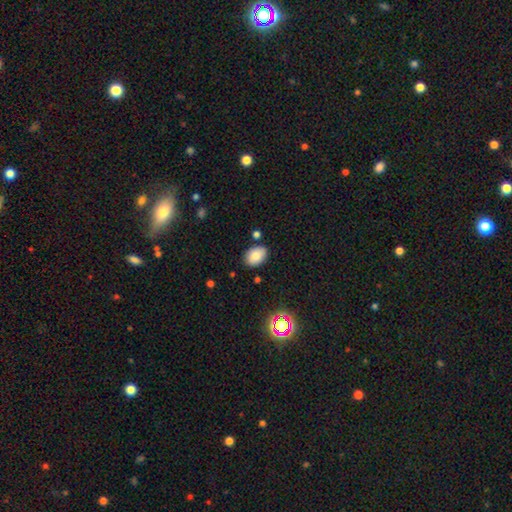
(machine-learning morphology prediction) smooth_or_featured: smooth (p=0.82) [alt: star or artifact p=0.10]
how_rounded: in between (p=0.83) [alt: round p=0.15]
merging: none (p=0.81) [alt: minor disturbance p=0.13]